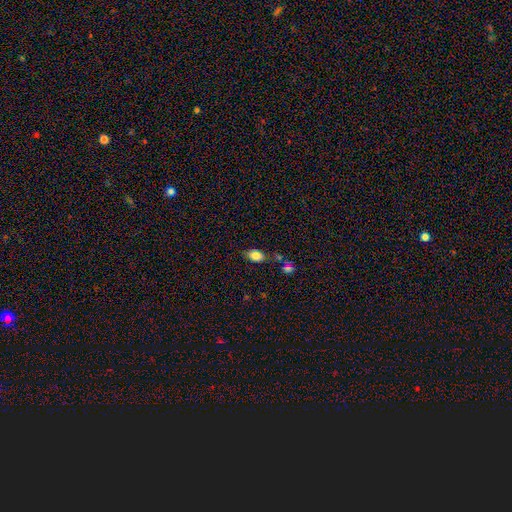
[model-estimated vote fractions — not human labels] smooth-or-featured: smooth: 82% | featured or disk: 9% | star or artifact: 9%
  how-rounded: in between: 85% | round: 12% | cigar-shaped: 3%
  merging: none: 69% | minor disturbance: 18% | merger: 8% | major disturbance: 5%